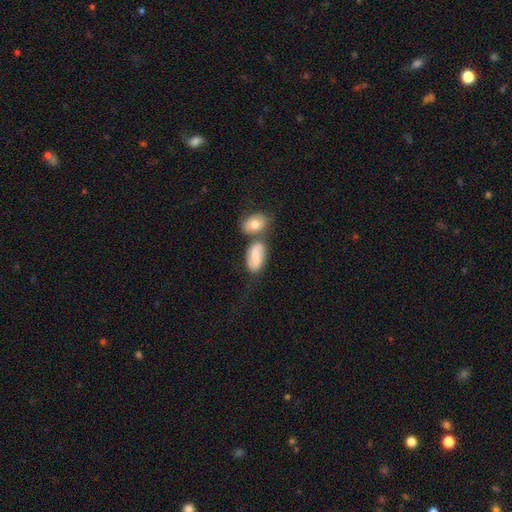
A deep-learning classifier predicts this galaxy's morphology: Smooth or featured? smooth (58%)
How rounded? in between (89%)
Merging? none (51%)